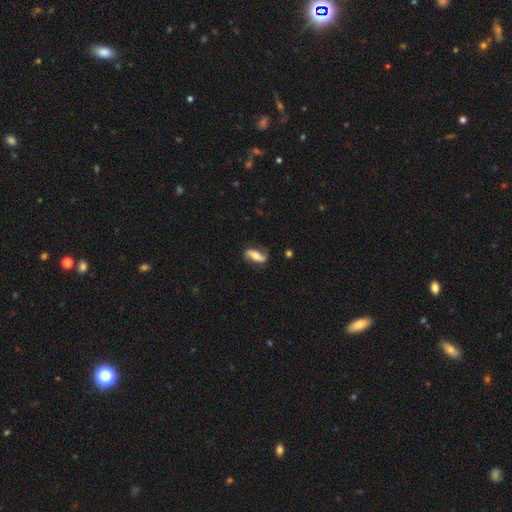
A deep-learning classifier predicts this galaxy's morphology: type=featured or disk (55%); edge-on=no (86%); merging=none (74%).